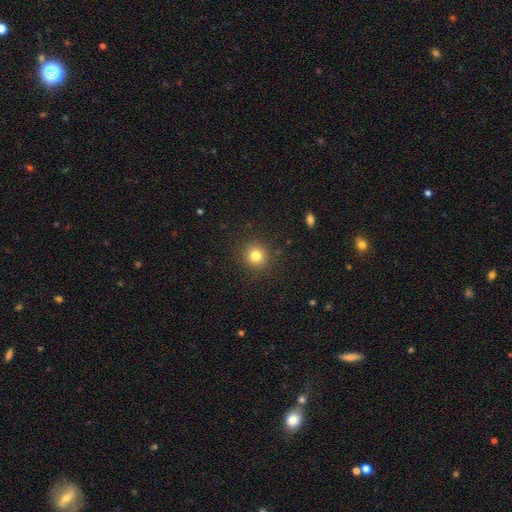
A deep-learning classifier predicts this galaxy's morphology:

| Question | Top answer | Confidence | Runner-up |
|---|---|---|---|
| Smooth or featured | smooth | 80% | star or artifact (13%) |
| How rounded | round | 91% | in between (8%) |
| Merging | none | 90% | minor disturbance (6%) |